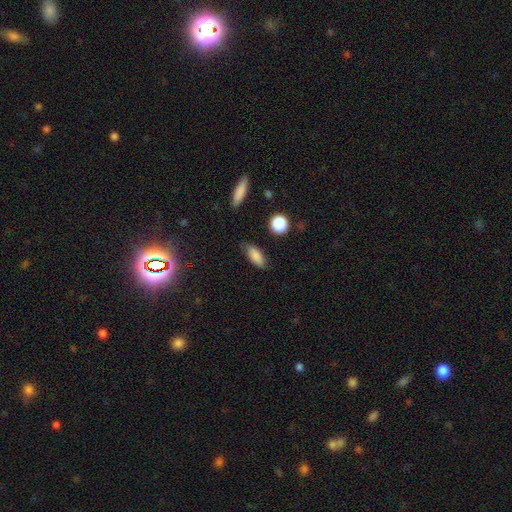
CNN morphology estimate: type=smooth (83%); roundness=in between (78%); merging=none (71%).